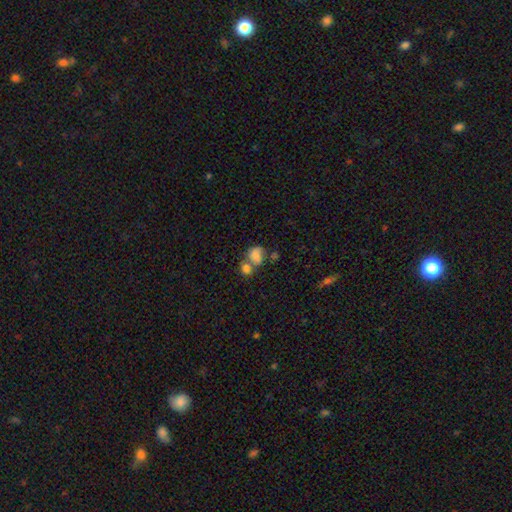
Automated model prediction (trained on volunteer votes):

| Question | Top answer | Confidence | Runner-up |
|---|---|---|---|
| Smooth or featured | smooth | 74% | featured or disk (16%) |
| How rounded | in between | 64% | round (35%) |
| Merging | merger | 55% | none (25%) |